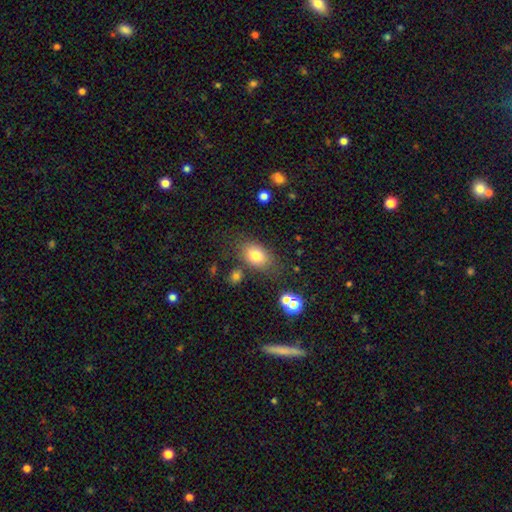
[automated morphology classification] smooth 78%, featured or disk 11%, star or artifact 10%. Down the decision tree: how rounded — in between (81%); merging — none (72%).